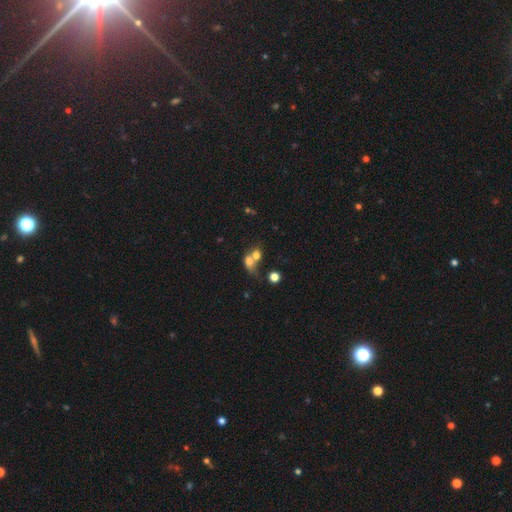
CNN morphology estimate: smooth-or-featured: smooth: 68% | featured or disk: 18% | star or artifact: 13%
  how-rounded: round: 50% | in between: 47% | cigar-shaped: 2%
  merging: merger: 65% | none: 21% | minor disturbance: 7% | major disturbance: 7%